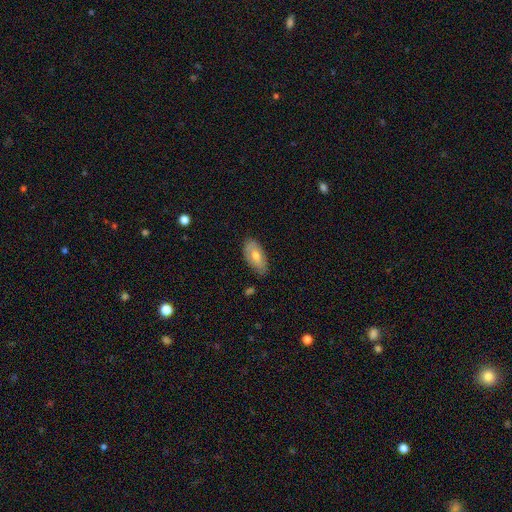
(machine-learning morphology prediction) Q: Smooth or featured?
A: smooth (55%); runner-up: featured or disk (38%)
Q: How rounded?
A: in between (91%); runner-up: cigar-shaped (6%)
Q: Merging?
A: none (80%); runner-up: minor disturbance (16%)